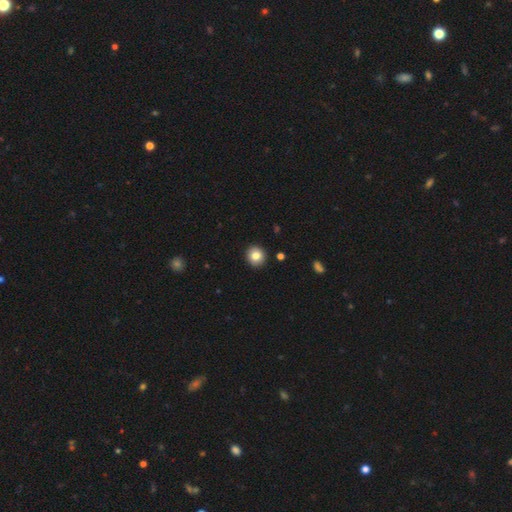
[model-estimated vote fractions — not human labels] smooth 83%, star or artifact 9%, featured or disk 8%. Down the decision tree: how rounded — round (89%); merging — none (92%).